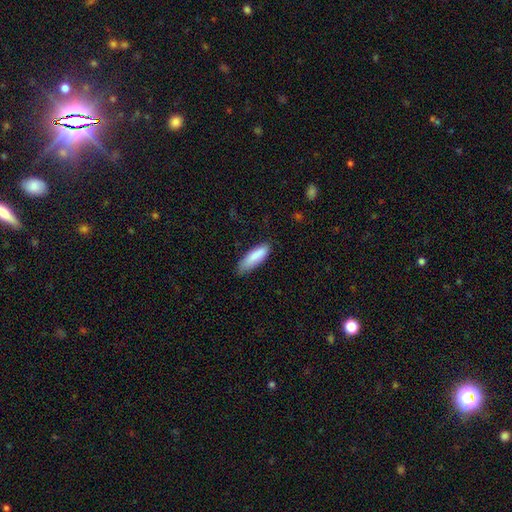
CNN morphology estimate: This appears to be a smooth galaxy with no disk features (86%) that is cigar-shaped (52%). Merging: none (73%).